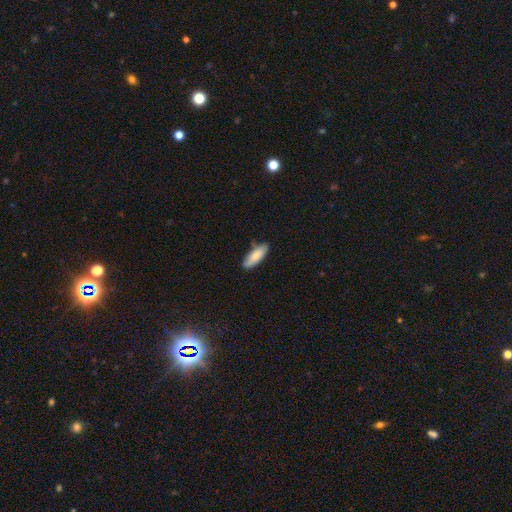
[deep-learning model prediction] Overall: smooth (83%). How rounded: in between (61%; cigar-shaped 38%). Merging: none (79%).